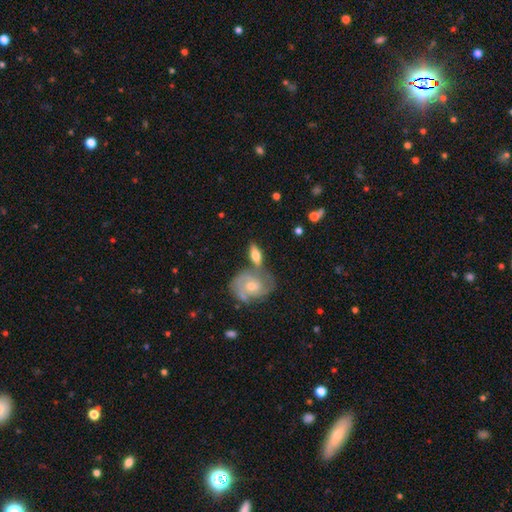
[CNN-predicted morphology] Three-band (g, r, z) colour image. It shows a smooth galaxy with no disk features (51%) that is in between round and cigar-shaped (78%). Merging: none (46%).